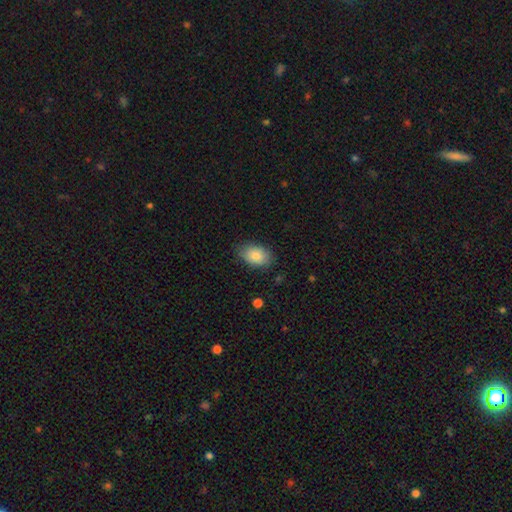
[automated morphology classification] Q: Smooth or featured?
A: smooth (84%); runner-up: featured or disk (9%)
Q: How rounded?
A: in between (87%); runner-up: round (11%)
Q: Merging?
A: none (80%); runner-up: minor disturbance (16%)